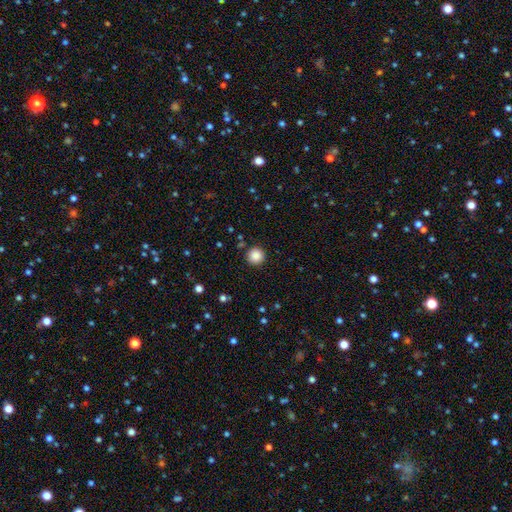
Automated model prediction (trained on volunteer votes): Overall: smooth (87%). How rounded: round (95%). Merging: none (91%).